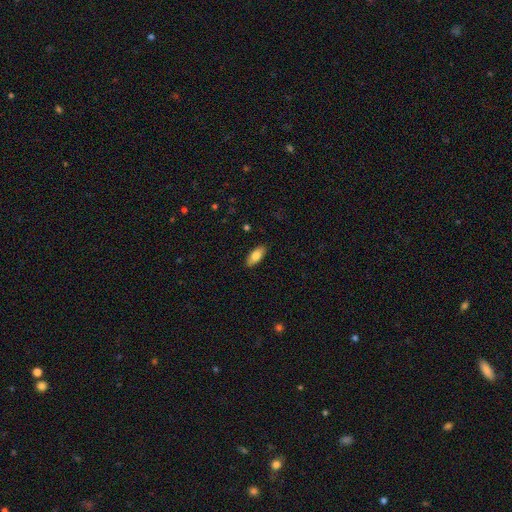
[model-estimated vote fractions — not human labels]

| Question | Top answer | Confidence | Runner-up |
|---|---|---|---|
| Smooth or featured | smooth | 81% | featured or disk (13%) |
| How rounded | in between | 88% | cigar-shaped (10%) |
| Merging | none | 88% | minor disturbance (9%) |